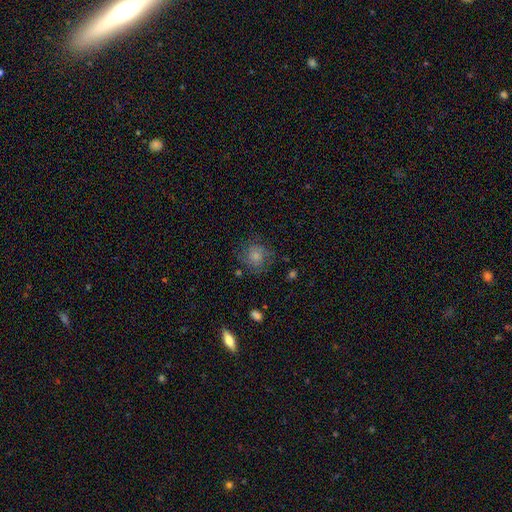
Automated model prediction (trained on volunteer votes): smooth-or-featured: smooth: 68% | featured or disk: 22% | star or artifact: 10%
  how-rounded: round: 85% | in between: 14% | cigar-shaped: 1%
  merging: none: 68% | minor disturbance: 19% | major disturbance: 11% | merger: 2%